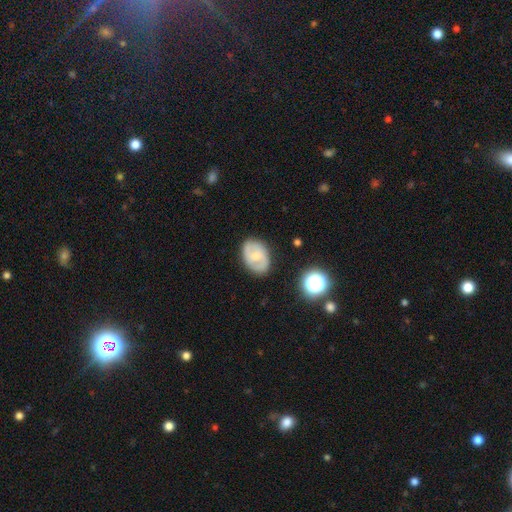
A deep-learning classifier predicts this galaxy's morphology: A featured or disk galaxy (56%) with no bar (49%), spiral arms (79%) and a small central bulge (48%).

Vote fractions:
- Smooth or featured? featured or disk: 56% / smooth: 36% / star or artifact: 8%
- Edge-on disk? no: 96% / yes: 4%
- Bar? no: 49% / weak: 42% / strong: 9%
- Spiral arms? yes: 79% / no: 21%
- Bulge size? small: 48% / moderate: 38% / none: 9% / large: 3% / dominant: 1%
- Merging? none: 78% / minor disturbance: 16% / major disturbance: 4% / merger: 2%